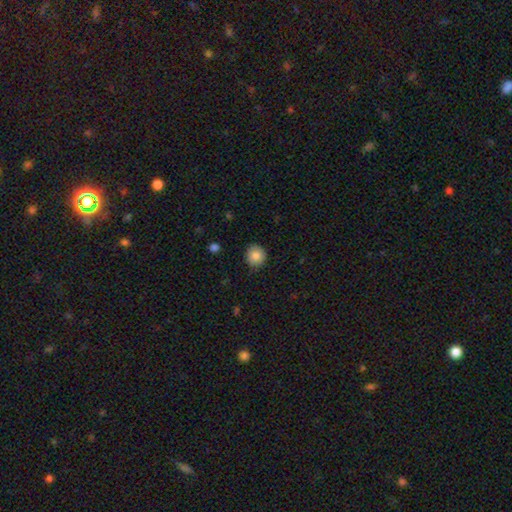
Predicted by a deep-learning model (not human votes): smooth-or-featured: smooth: 83% | star or artifact: 9% | featured or disk: 9%
  how-rounded: round: 88% | in between: 11% | cigar-shaped: 1%
  merging: none: 82% | minor disturbance: 15% | major disturbance: 2% | merger: 1%